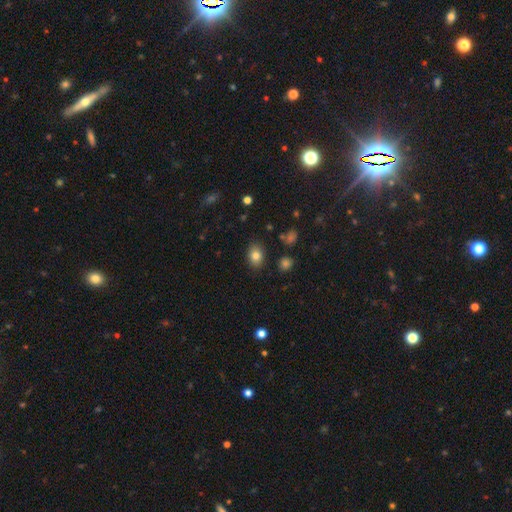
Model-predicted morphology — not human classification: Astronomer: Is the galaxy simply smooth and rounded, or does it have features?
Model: smooth — 82%.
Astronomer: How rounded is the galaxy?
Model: in between — 73%.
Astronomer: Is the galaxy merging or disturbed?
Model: none — 85%.